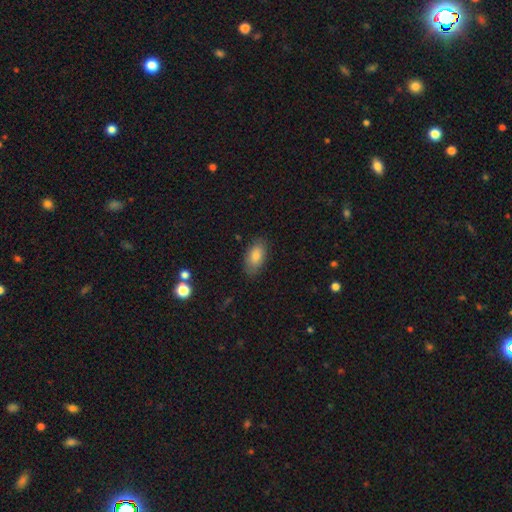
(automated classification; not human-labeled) Smooth or featured: smooth — 81% (featured or disk — 11%)
How rounded: in between — 91% (cigar-shaped — 5%)
Merging: none — 83% (minor disturbance — 13%)